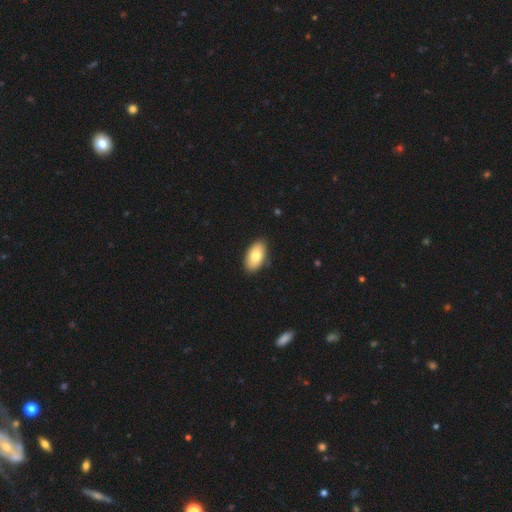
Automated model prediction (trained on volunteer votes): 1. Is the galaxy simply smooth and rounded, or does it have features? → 78% smooth, 16% featured or disk, 6% star or artifact.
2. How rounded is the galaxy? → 94% in between, 4% round, 2% cigar-shaped.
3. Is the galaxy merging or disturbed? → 88% none, 9% minor disturbance, 2% major disturbance, 1% merger.